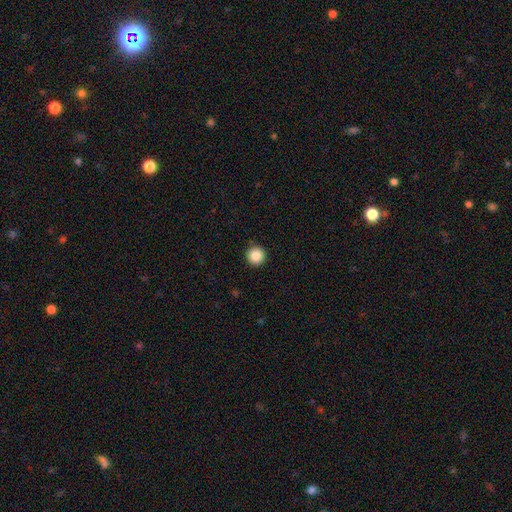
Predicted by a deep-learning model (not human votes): smooth_or_featured: smooth (p=0.87) [alt: star or artifact p=0.09]
how_rounded: round (p=0.96) [alt: in between p=0.03]
merging: none (p=0.93) [alt: minor disturbance p=0.04]